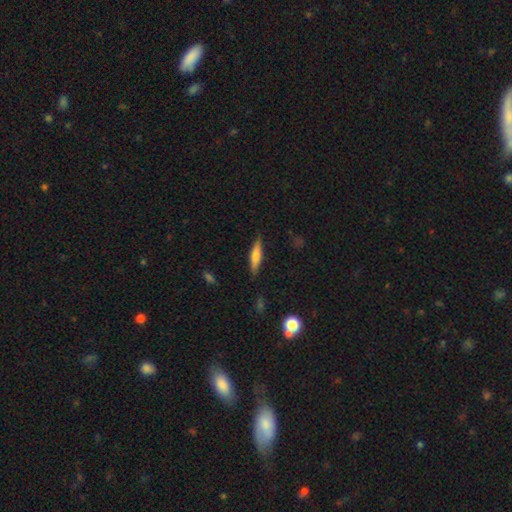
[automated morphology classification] A smooth galaxy with no disk features (61%) that is cigar-shaped (76%). Merging: none (85%).